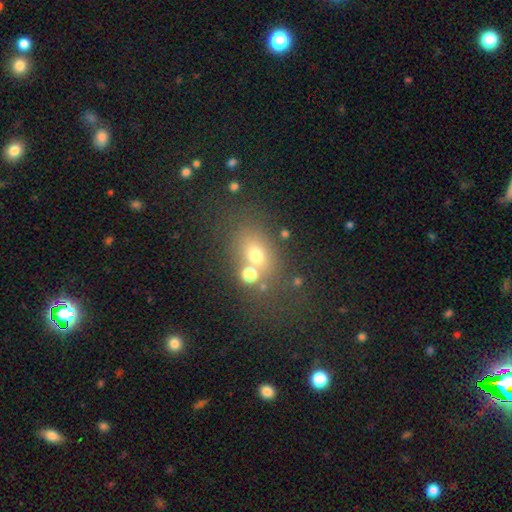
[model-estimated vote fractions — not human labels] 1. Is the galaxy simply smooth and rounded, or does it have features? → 63% smooth, 19% star or artifact, 17% featured or disk.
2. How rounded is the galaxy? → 61% in between, 38% round, 2% cigar-shaped.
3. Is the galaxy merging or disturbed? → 58% none, 21% merger, 13% minor disturbance, 8% major disturbance.